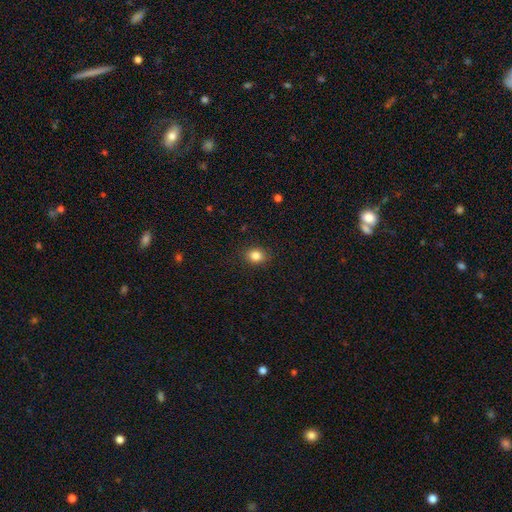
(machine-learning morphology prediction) This is clearly a smooth galaxy (85%). How rounded: possibly round (51%). Merging: clearly none (89%).